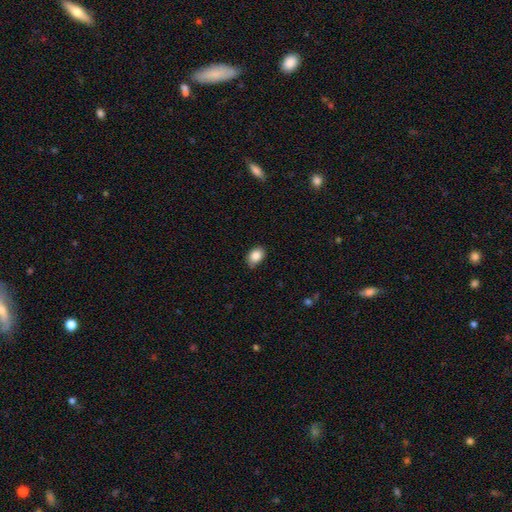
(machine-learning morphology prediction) This appears to be a smooth galaxy with no disk features (87%) that is in between round and cigar-shaped (75%). Merging: none (74%).